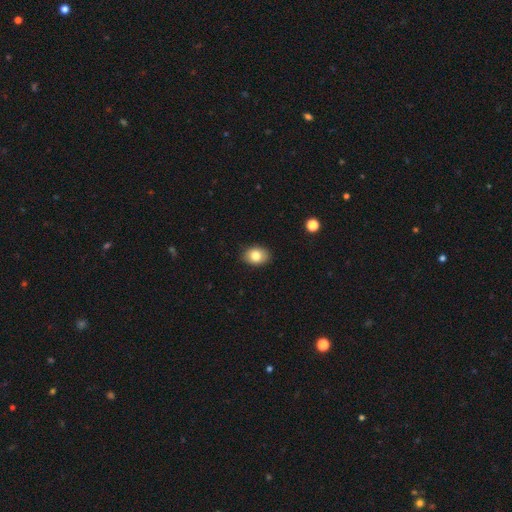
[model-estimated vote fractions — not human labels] smooth-or-featured: smooth: 82% | featured or disk: 9% | star or artifact: 9%
  how-rounded: in between: 69% | round: 30% | cigar-shaped: 1%
  merging: none: 87% | minor disturbance: 10% | major disturbance: 2% | merger: 1%